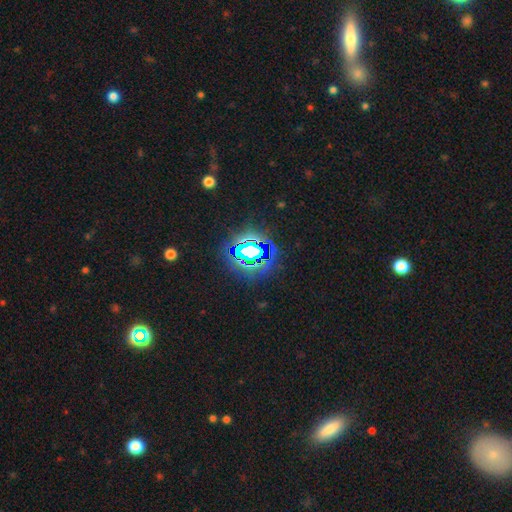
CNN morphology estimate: A star or artifact, not a galaxy (81%).

Vote fractions:
- Smooth or featured? star or artifact: 81% / smooth: 12% / featured or disk: 7%